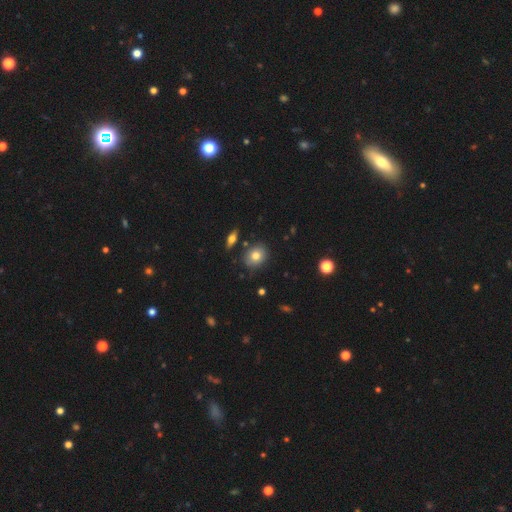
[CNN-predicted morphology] A smooth galaxy with no disk features (77%) that is round (53%).

Vote fractions:
- Smooth or featured? smooth: 77% / featured or disk: 13% / star or artifact: 10%
- How rounded? round: 53% / in between: 46% / cigar-shaped: 1%
- Merging? none: 82% / minor disturbance: 12% / merger: 4% / major disturbance: 3%